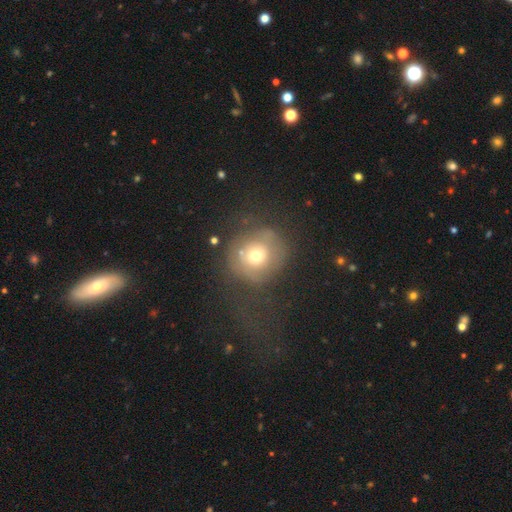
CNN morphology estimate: type=smooth (56%); roundness=round (85%); merging=none (46%).